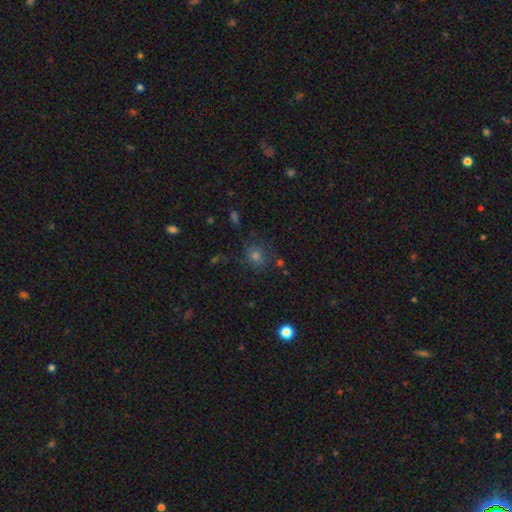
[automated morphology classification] Smooth or featured: smooth — 61% (star or artifact — 26%)
How rounded: round — 76% (in between — 22%)
Merging: none — 73% (minor disturbance — 16%)